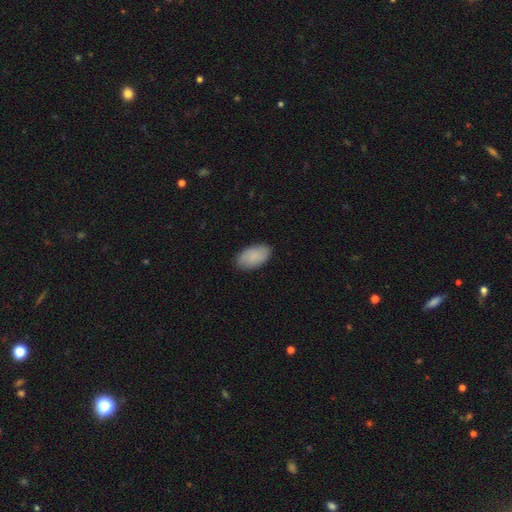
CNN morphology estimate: type=smooth (86%); roundness=in between (95%); merging=none (86%).